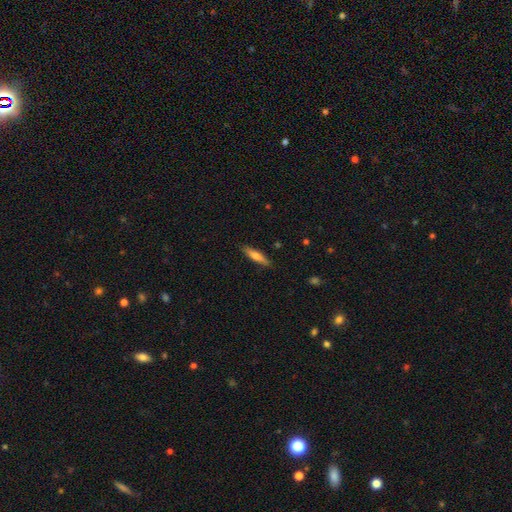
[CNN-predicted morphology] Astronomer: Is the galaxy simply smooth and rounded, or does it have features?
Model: smooth — 60%.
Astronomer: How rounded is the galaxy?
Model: cigar-shaped — 80%.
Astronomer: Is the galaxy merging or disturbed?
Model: none — 86%.